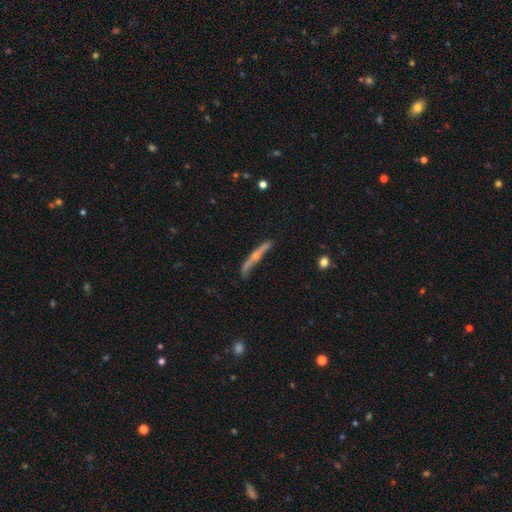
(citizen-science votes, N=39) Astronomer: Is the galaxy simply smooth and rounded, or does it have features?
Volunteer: featured or disk — 77%.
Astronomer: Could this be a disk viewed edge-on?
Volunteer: yes — 100%.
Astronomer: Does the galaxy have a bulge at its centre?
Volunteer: rounded — 83%.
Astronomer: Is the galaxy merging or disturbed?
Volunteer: minor disturbance — 46% (runner-up: none, 43%).